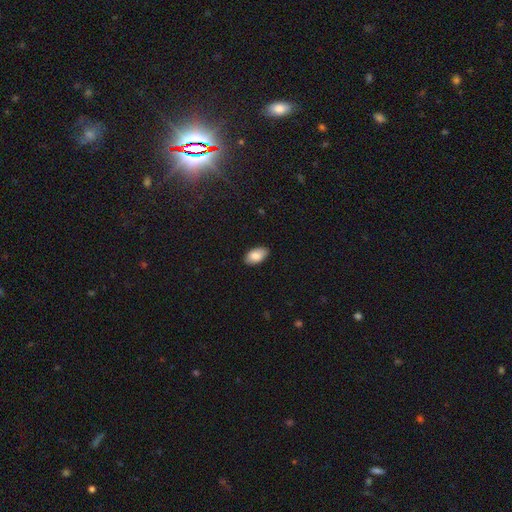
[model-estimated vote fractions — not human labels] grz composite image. It shows a smooth galaxy with no disk features (86%) that is in between round and cigar-shaped (95%). Merging: none (86%).